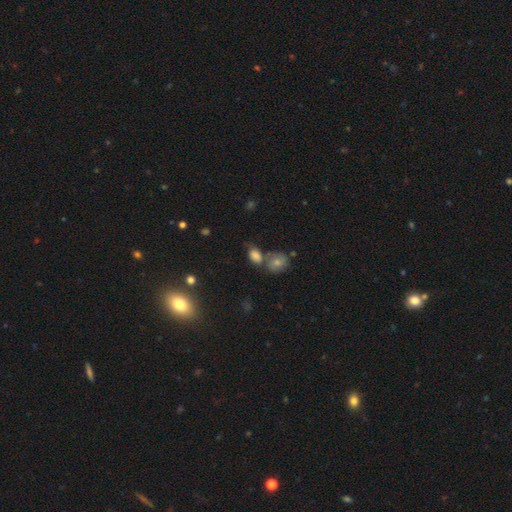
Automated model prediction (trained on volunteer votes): A smooth galaxy with no disk features (76%) that is in between round and cigar-shaped (77%).

Vote fractions:
- Smooth or featured? smooth: 76% / star or artifact: 12% / featured or disk: 12%
- How rounded? in between: 77% / round: 21% / cigar-shaped: 2%
- Merging? none: 43% / merger: 32% / minor disturbance: 17% / major disturbance: 8%